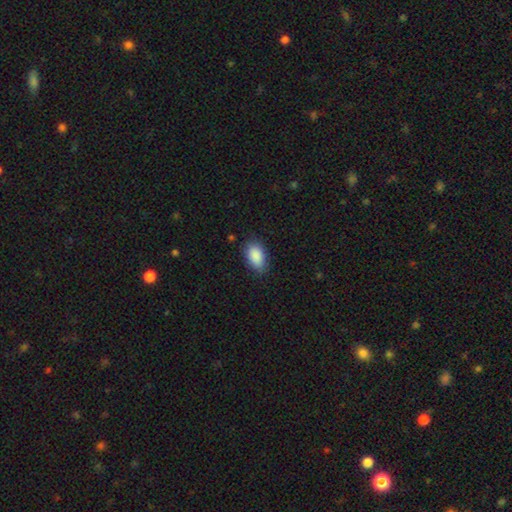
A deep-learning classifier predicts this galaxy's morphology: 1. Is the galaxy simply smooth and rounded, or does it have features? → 89% smooth, 7% star or artifact, 4% featured or disk.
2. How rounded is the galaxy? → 92% in between, 6% round, 2% cigar-shaped.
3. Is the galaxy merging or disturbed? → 79% none, 16% minor disturbance, 3% major disturbance, 1% merger.